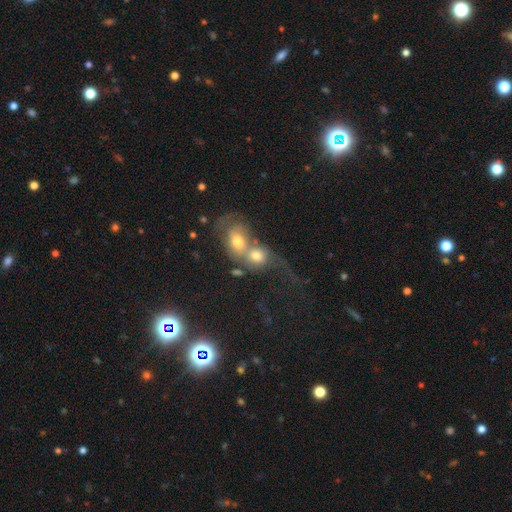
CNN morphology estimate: A smooth galaxy with no disk features (60%) that is round (54%). Merging: merger (74%).